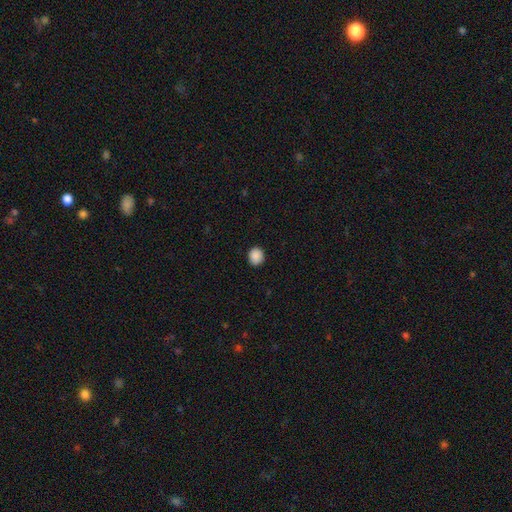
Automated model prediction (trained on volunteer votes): A smooth galaxy with no disk features (89%) that is round (79%).

Vote fractions:
- Smooth or featured? smooth: 89% / star or artifact: 8% / featured or disk: 2%
- How rounded? round: 79% / in between: 20% / cigar-shaped: 1%
- Merging? none: 91% / minor disturbance: 6% / major disturbance: 2% / merger: 1%